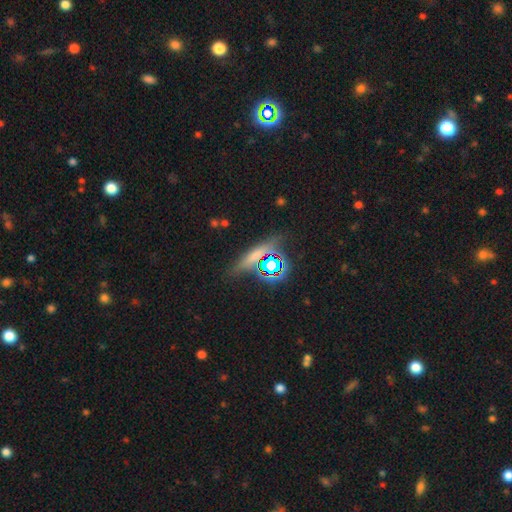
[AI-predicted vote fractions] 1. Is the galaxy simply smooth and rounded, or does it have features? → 43% smooth, 38% star or artifact, 19% featured or disk.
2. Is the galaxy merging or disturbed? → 76% none, 13% minor disturbance, 6% major disturbance, 5% merger.